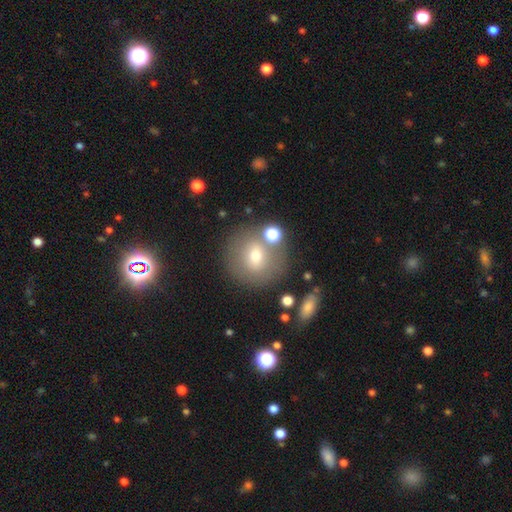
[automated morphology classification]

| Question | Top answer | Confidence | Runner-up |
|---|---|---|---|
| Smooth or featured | smooth | 64% | featured or disk (24%) |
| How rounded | round | 87% | in between (12%) |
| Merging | none | 74% | minor disturbance (12%) |